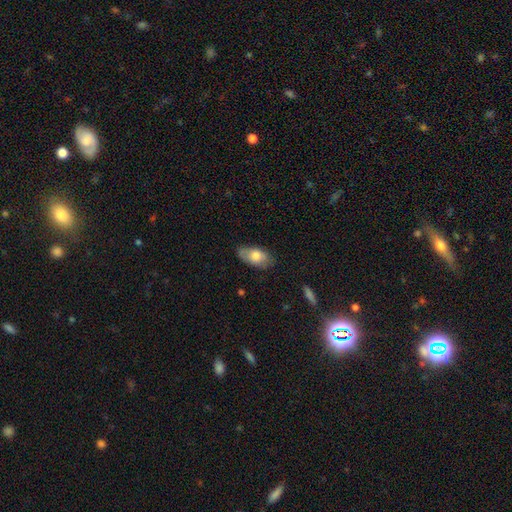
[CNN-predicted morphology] This appears to be a smooth galaxy with no disk features (73%) that is in between round and cigar-shaped (92%). Merging: none (73%).